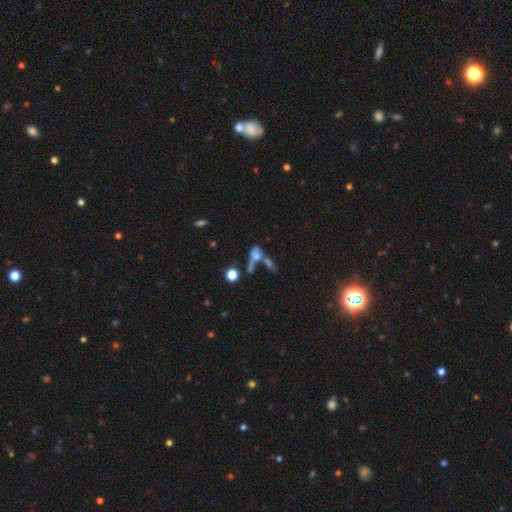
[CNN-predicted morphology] This appears to be a smooth galaxy with no disk features (57%) that is in between round and cigar-shaped (51%). Merging: merger (45%).